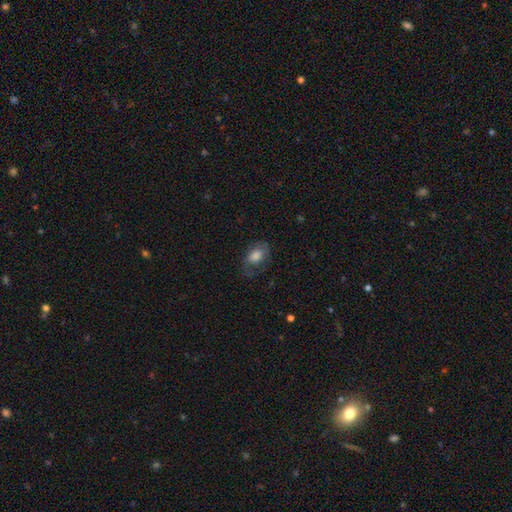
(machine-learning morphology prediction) Smooth or featured? Predicted: smooth (p=0.63). How rounded? Predicted: in between (p=0.84). Merging? Predicted: none (p=0.60).